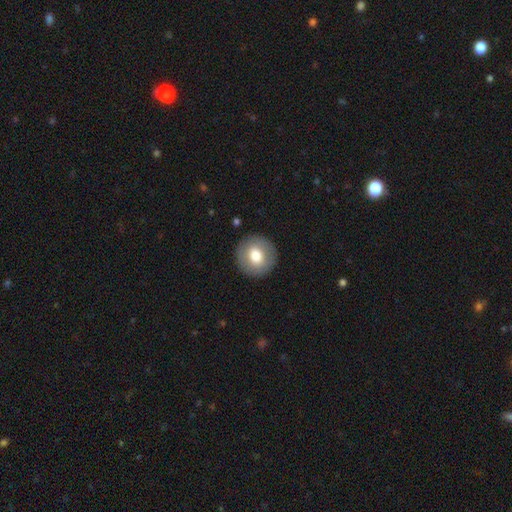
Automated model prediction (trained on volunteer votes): Overall: smooth (73%). How rounded: round (94%). Merging: none (90%).